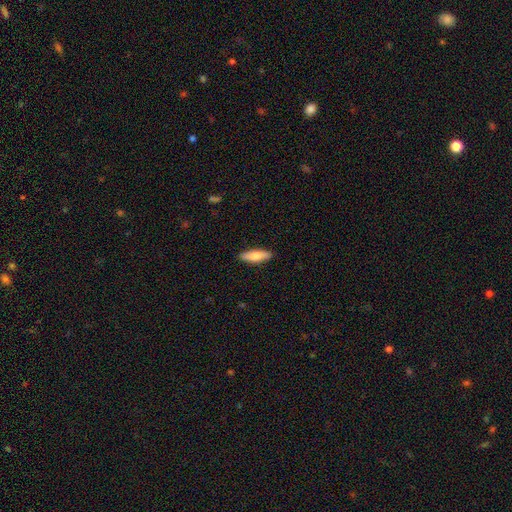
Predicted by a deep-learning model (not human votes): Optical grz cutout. It shows a smooth galaxy with no disk features (74%) that is cigar-shaped (58%). Merging: none (88%).